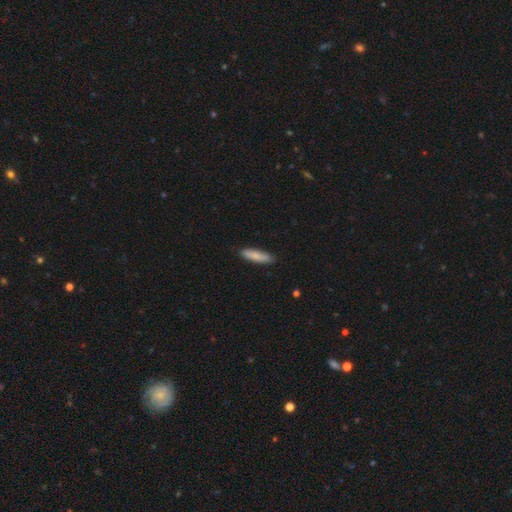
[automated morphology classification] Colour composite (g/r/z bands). It shows a smooth galaxy with no disk features (83%) that is cigar-shaped (72%). Merging: none (87%).